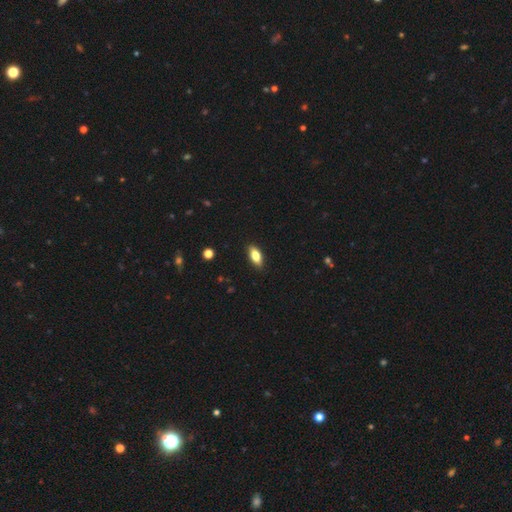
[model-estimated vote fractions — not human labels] The model was most divided on "smooth or featured": smooth: 77%, featured or disk: 16%, star or artifact: 7%. More confident: merging — none (88%); how rounded — in between (83%).